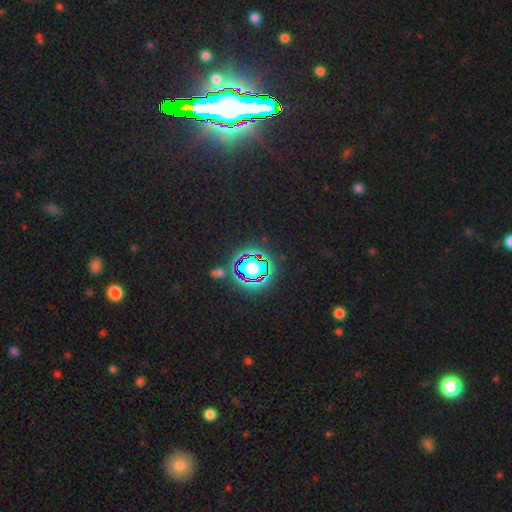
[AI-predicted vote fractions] Smooth or featured? star or artifact (84%)